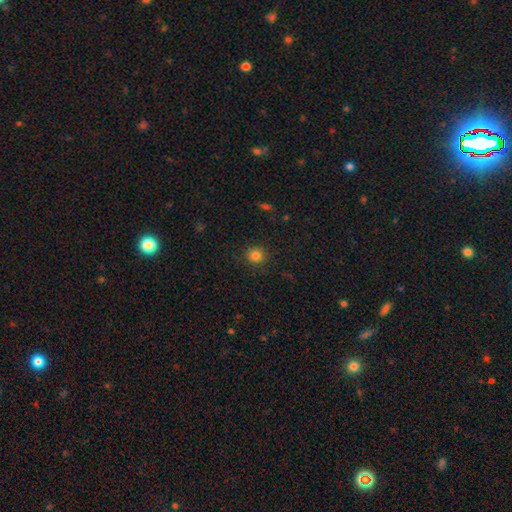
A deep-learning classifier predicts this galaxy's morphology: A smooth galaxy with no disk features (82%) that is round (90%). Merging: none (87%).